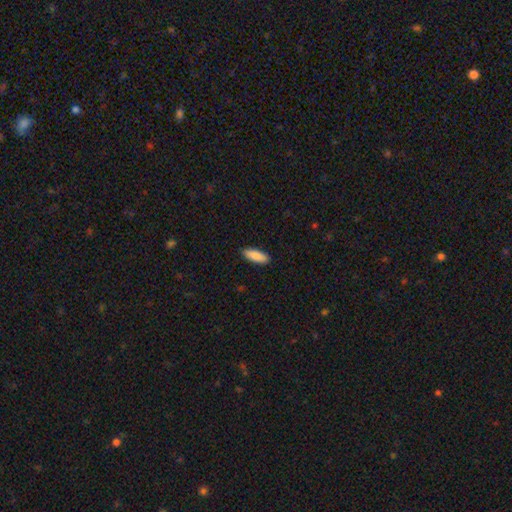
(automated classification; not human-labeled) Smooth or featured?
  - smooth: 89% *
  - star or artifact: 5%
  - featured or disk: 5%
How rounded?
  - in between: 66% *
  - cigar-shaped: 32%
  - round: 2%
Merging?
  - none: 90% *
  - minor disturbance: 7%
  - major disturbance: 2%
  - merger: 1%